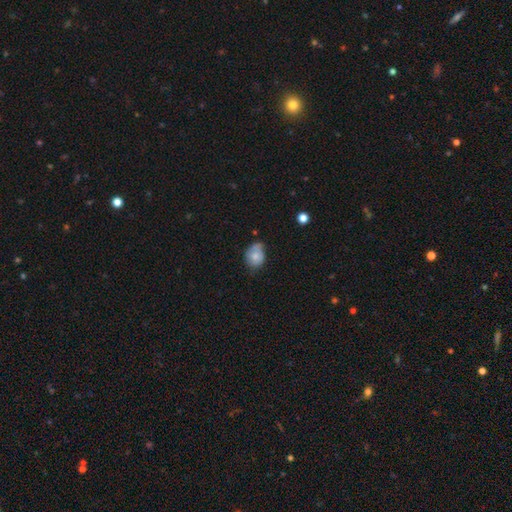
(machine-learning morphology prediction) Smooth or featured?
  - smooth: 67% *
  - featured or disk: 25%
  - star or artifact: 8%
How rounded?
  - in between: 55% *
  - round: 44%
  - cigar-shaped: 1%
Merging?
  - none: 42% *
  - minor disturbance: 41%
  - major disturbance: 12%
  - merger: 5%